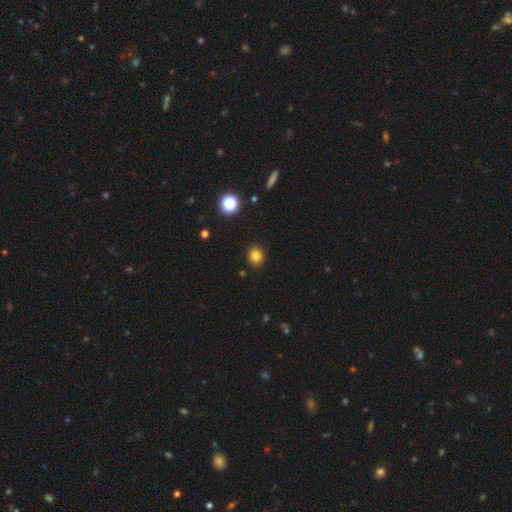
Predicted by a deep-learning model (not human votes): smooth 82%, star or artifact 13%, featured or disk 5%. Down the decision tree: how rounded — round (78%); merging — none (91%).